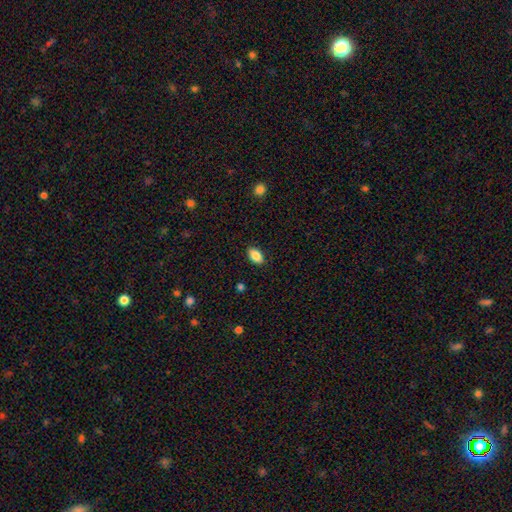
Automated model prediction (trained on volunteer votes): The model was most divided on "smooth or featured": smooth: 86%, star or artifact: 8%, featured or disk: 6%. More confident: how rounded — in between (92%); merging — none (88%).